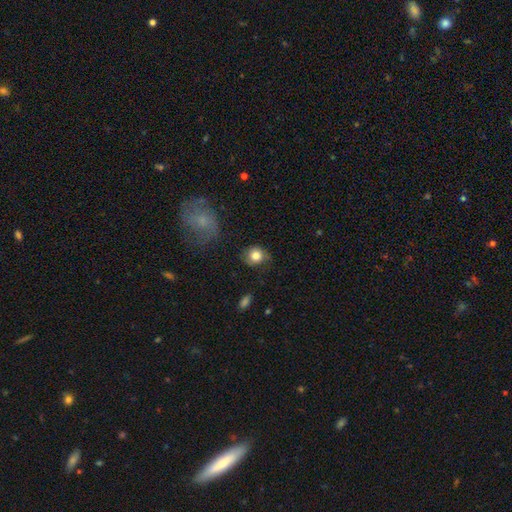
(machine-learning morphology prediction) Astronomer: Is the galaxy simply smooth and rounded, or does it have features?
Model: smooth — 79%.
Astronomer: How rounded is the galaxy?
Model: round — 77%.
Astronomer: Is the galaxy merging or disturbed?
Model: none — 67%.